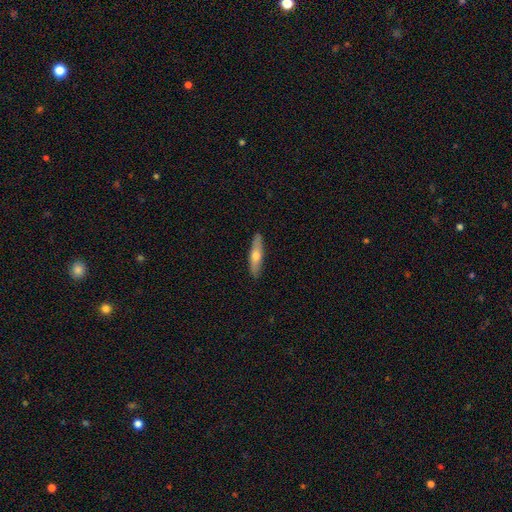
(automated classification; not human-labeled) Q: Smooth or featured?
A: smooth (55%); runner-up: featured or disk (39%)
Q: How rounded?
A: cigar-shaped (75%); runner-up: in between (23%)
Q: Merging?
A: none (89%); runner-up: minor disturbance (8%)